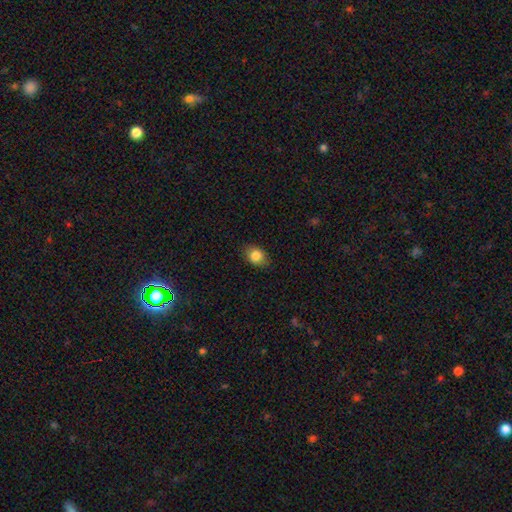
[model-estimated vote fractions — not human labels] Smooth or featured: smooth — 83% (star or artifact — 9%)
How rounded: in between — 70% (round — 28%)
Merging: none — 84% (minor disturbance — 12%)